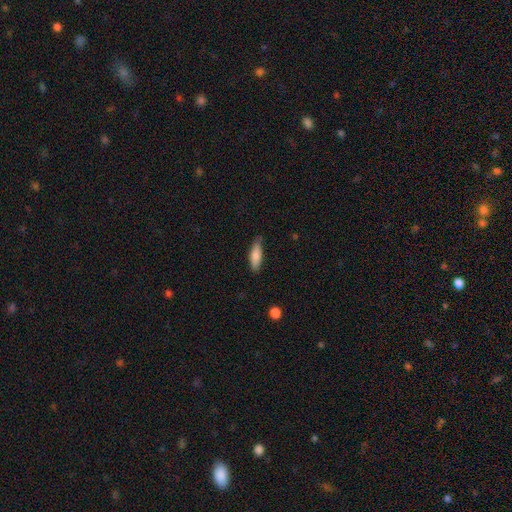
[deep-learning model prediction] Smooth or featured?
  - smooth: 82% *
  - featured or disk: 12%
  - star or artifact: 6%
How rounded?
  - cigar-shaped: 53% *
  - in between: 45%
  - round: 2%
Merging?
  - none: 78% *
  - minor disturbance: 17%
  - major disturbance: 3%
  - merger: 1%